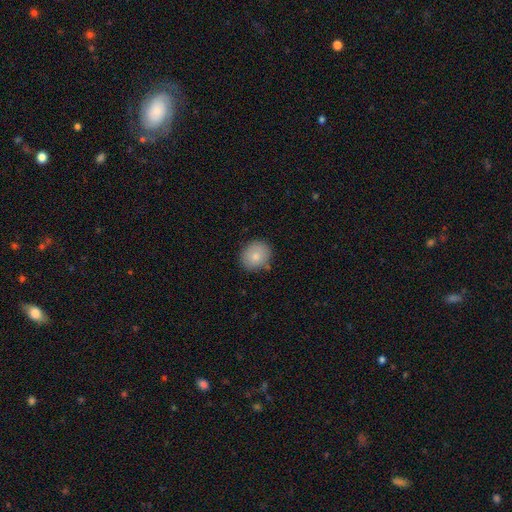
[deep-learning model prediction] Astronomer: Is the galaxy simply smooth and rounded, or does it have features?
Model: smooth — 83%.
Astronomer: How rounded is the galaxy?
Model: round — 75%.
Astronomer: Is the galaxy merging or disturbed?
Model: none — 81%.